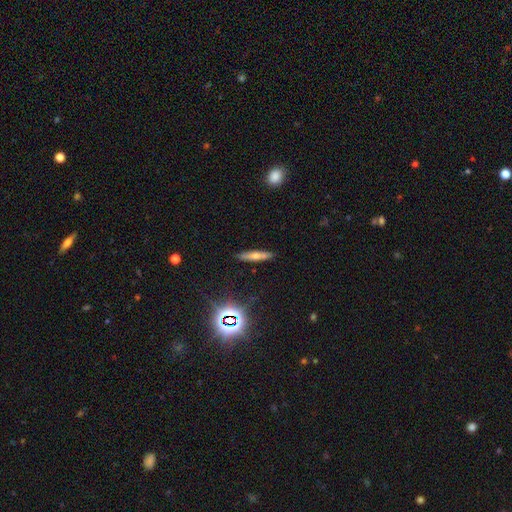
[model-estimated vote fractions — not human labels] Morphology: type=featured or disk (41%); merging=none (88%).